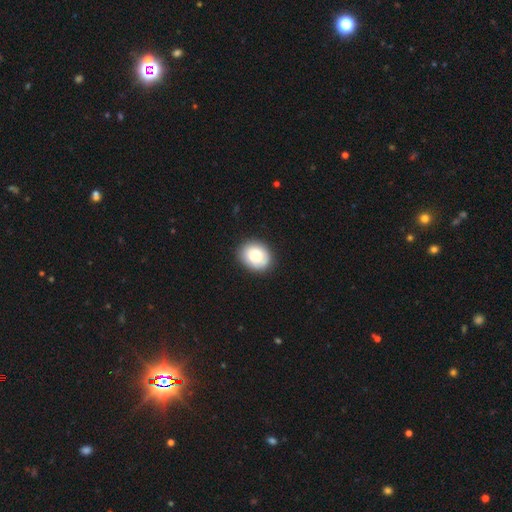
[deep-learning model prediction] Smooth or featured? smooth (78%)
How rounded? round (57%)
Merging? none (88%)